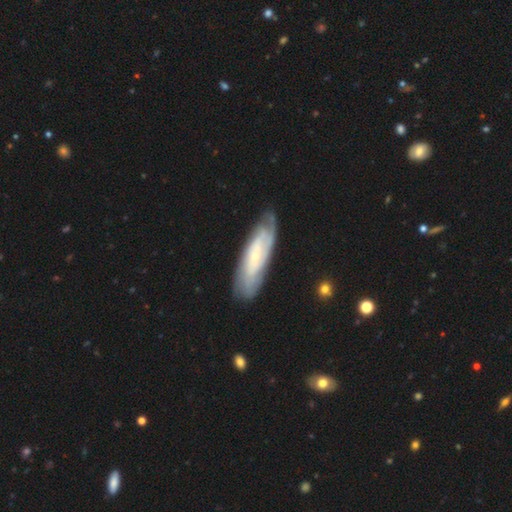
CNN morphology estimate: Smooth or featured: featured or disk — 69% (smooth — 25%)
Edge-on disk: no — 78% (yes — 22%)
Bar: no — 66% (weak — 26%)
Spiral arms: yes — 87% (no — 13%)
Bulge size: small — 77% (moderate — 17%)
Merging: none — 73% (minor disturbance — 19%)